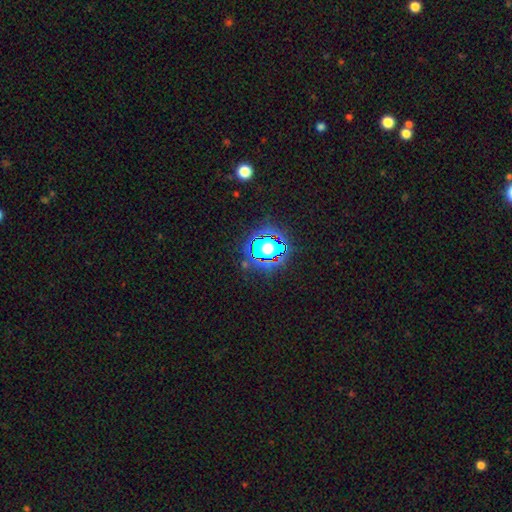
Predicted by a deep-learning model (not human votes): A star or artifact, not a galaxy (81%).

Vote fractions:
- Smooth or featured? star or artifact: 81% / smooth: 12% / featured or disk: 7%